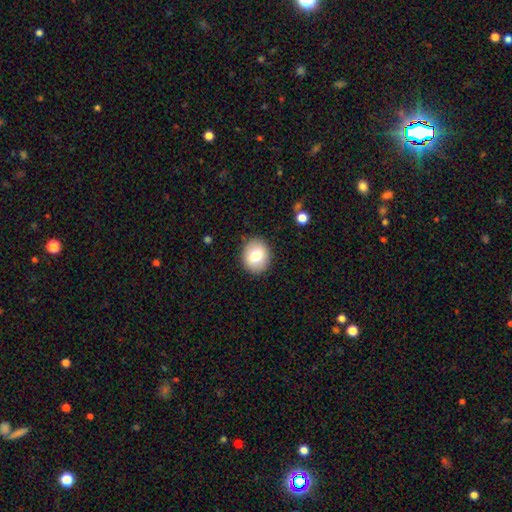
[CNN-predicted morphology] Q: Smooth or featured?
A: smooth (76%); runner-up: featured or disk (16%)
Q: How rounded?
A: round (63%); runner-up: in between (37%)
Q: Merging?
A: none (89%); runner-up: minor disturbance (8%)